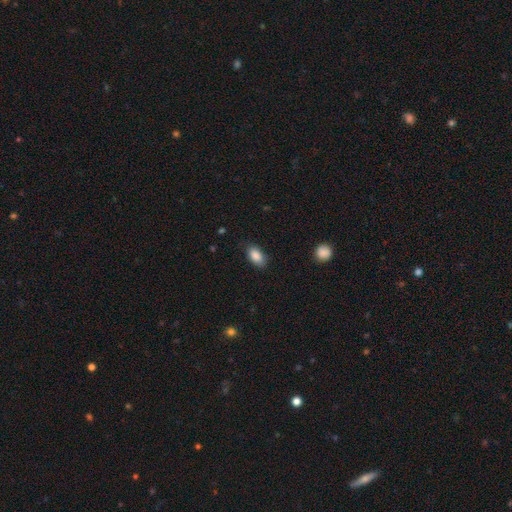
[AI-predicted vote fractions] smooth_or_featured: smooth (p=0.88) [alt: star or artifact p=0.07]
how_rounded: in between (p=0.91) [alt: round p=0.05]
merging: none (p=0.82) [alt: minor disturbance p=0.14]